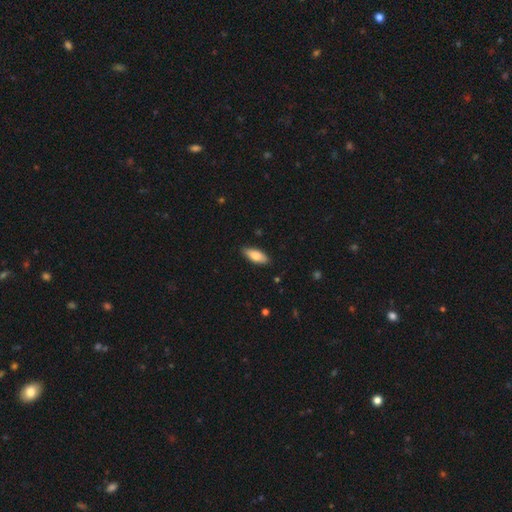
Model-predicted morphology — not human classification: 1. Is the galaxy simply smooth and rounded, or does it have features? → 79% smooth, 15% featured or disk, 6% star or artifact.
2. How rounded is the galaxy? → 76% in between, 22% cigar-shaped, 2% round.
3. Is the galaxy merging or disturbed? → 87% none, 10% minor disturbance, 2% major disturbance, 1% merger.